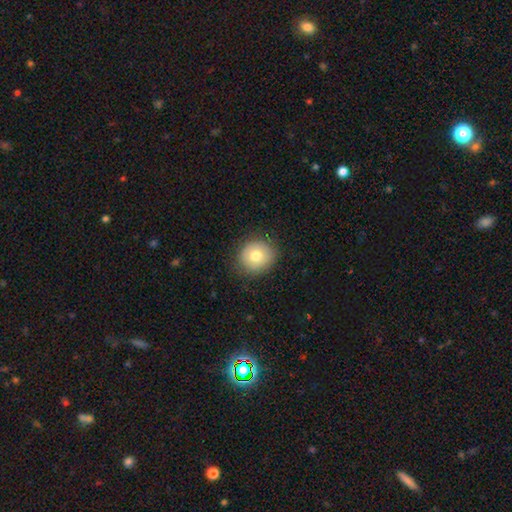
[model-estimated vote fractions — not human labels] Smooth or featured?
  - smooth: 76% *
  - featured or disk: 15%
  - star or artifact: 9%
How rounded?
  - round: 82% *
  - in between: 17%
  - cigar-shaped: 1%
Merging?
  - none: 85% *
  - minor disturbance: 11%
  - major disturbance: 3%
  - merger: 1%